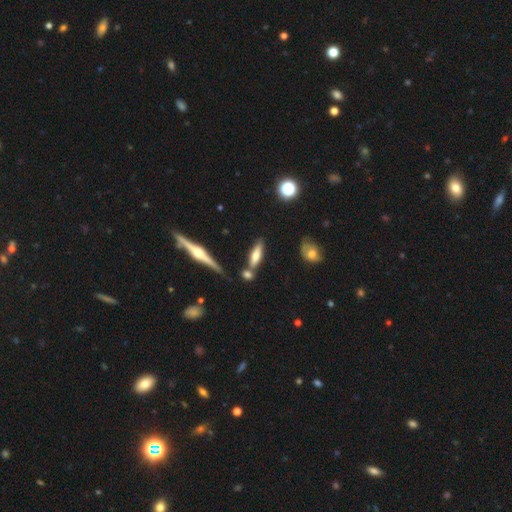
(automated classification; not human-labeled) This appears to be a smooth galaxy with no disk features (58%) that is cigar-shaped (58%). Merging: none (64%).